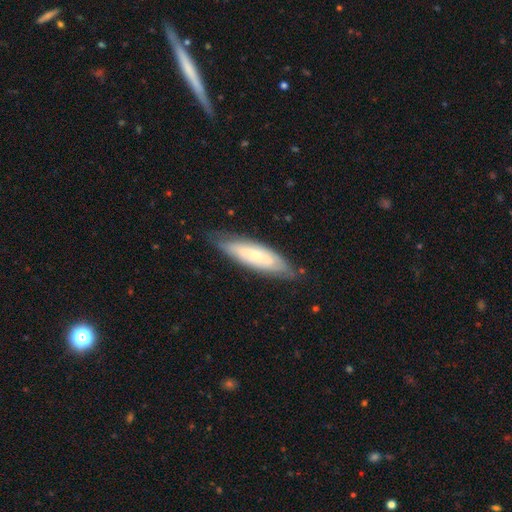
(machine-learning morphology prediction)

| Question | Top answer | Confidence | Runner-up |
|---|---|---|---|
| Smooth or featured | featured or disk | 51% | smooth (43%) |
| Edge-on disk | no | 61% | yes (39%) |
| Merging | none | 75% | minor disturbance (19%) |